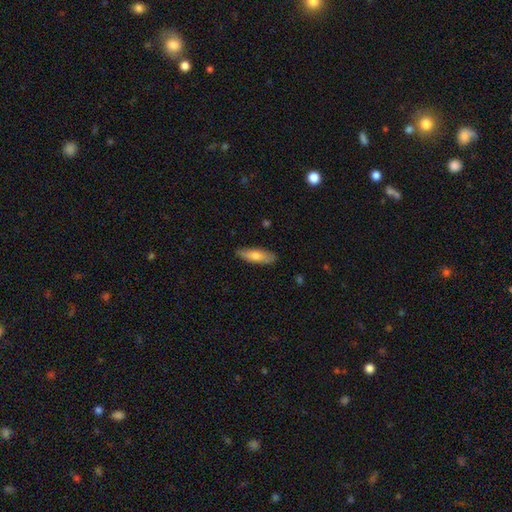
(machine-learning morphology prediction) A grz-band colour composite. It shows a smooth galaxy with no disk features (67%) that is cigar-shaped (51%). Merging: none (86%).